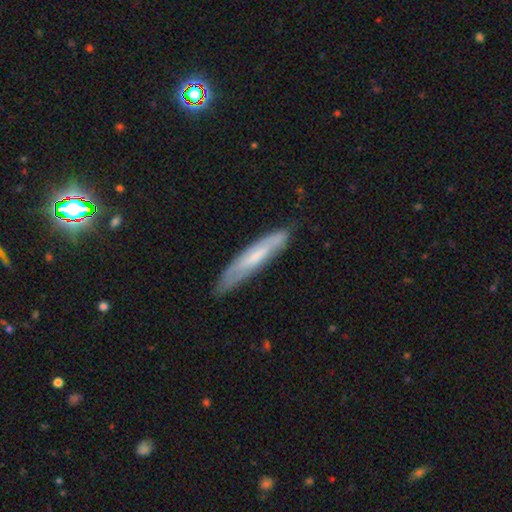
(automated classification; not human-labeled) smooth_or_featured: featured or disk (p=0.47) [tied with: smooth p=0.47]
merging: none (p=0.73) [alt: minor disturbance p=0.20]